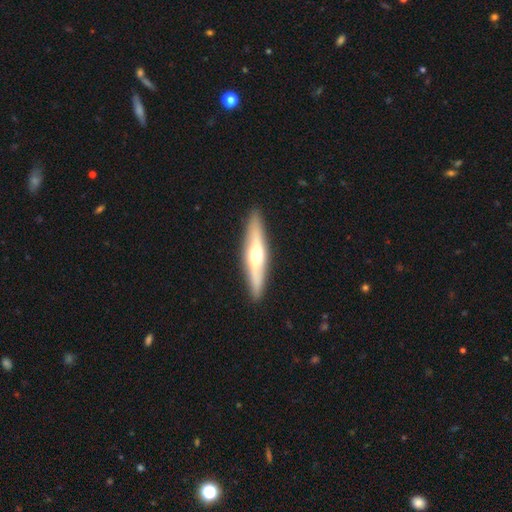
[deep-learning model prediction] Smooth or featured? Predicted: featured or disk (p=0.61). Edge-on disk? Predicted: yes (p=0.87). Edge-on bulge? Predicted: rounded (p=0.91). Merging? Predicted: none (p=0.90).